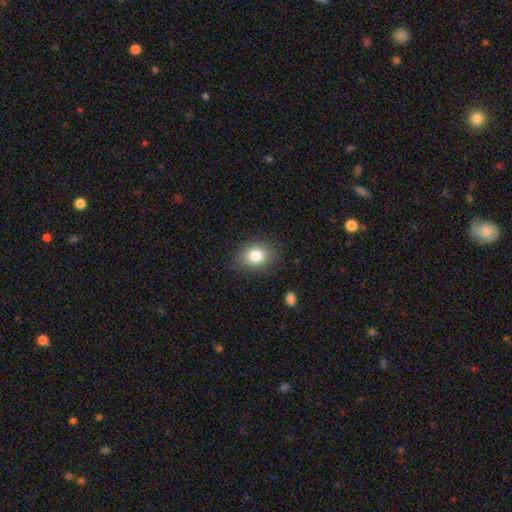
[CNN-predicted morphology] Smooth or featured? smooth (81%)
How rounded? in between (50%)
Merging? none (85%)